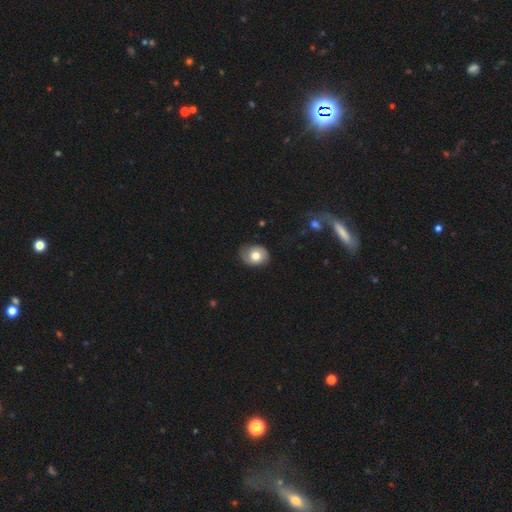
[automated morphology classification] Overall: smooth (65%; featured or disk 27%). How rounded: round (52%; in between 47%). Merging: none (74%).